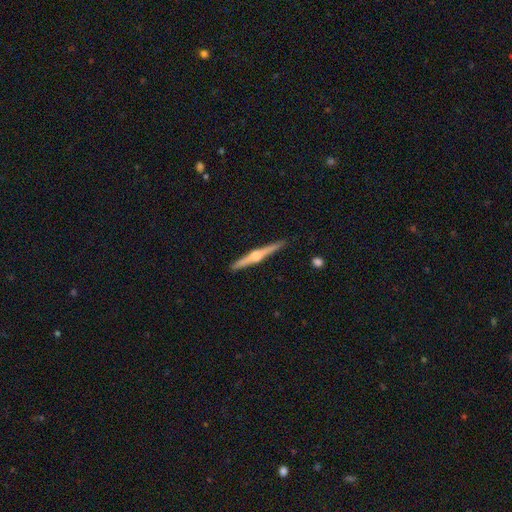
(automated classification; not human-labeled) featured or disk 79%, smooth 16%, star or artifact 5%. Down the decision tree: edge-on disk — yes (98%); edge-on bulge — rounded (92%); merging — none (91%).